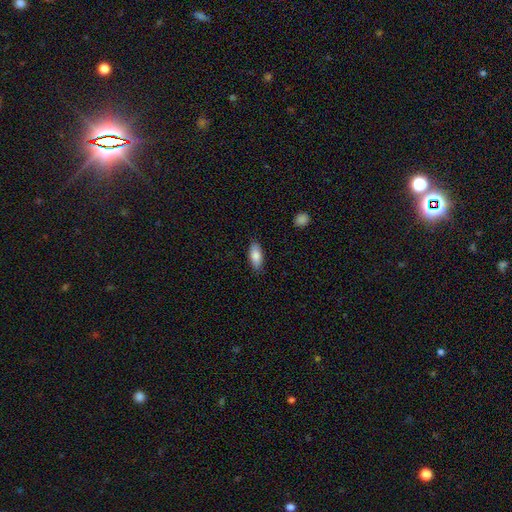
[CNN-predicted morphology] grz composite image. It shows a smooth galaxy with no disk features (83%) that is in between round and cigar-shaped (83%). Merging: none (86%).